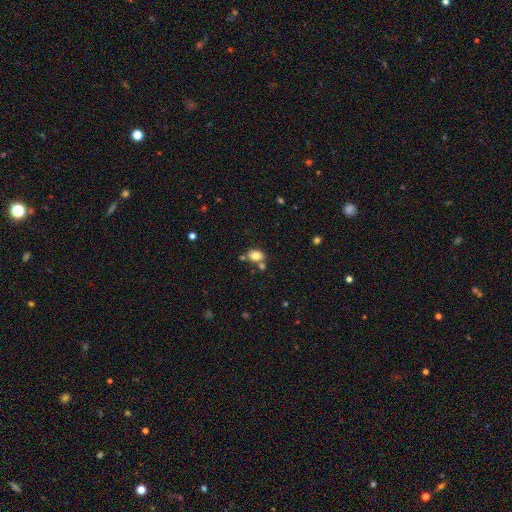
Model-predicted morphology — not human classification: Smooth or featured? Predicted: smooth (p=0.79). How rounded? Predicted: in between (p=0.63). Merging? Predicted: none (p=0.62).